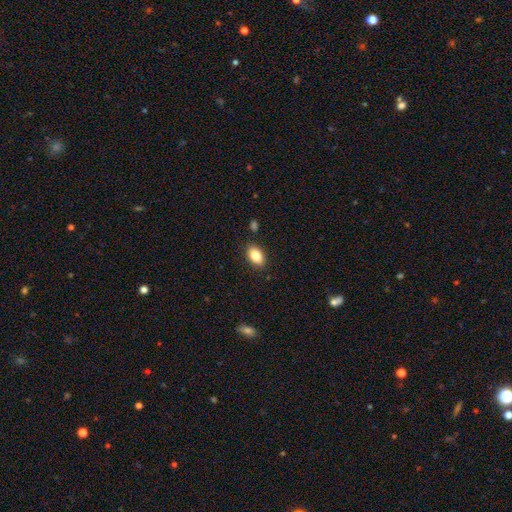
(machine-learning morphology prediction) Smooth or featured? smooth (85%)
How rounded? in between (90%)
Merging? none (86%)